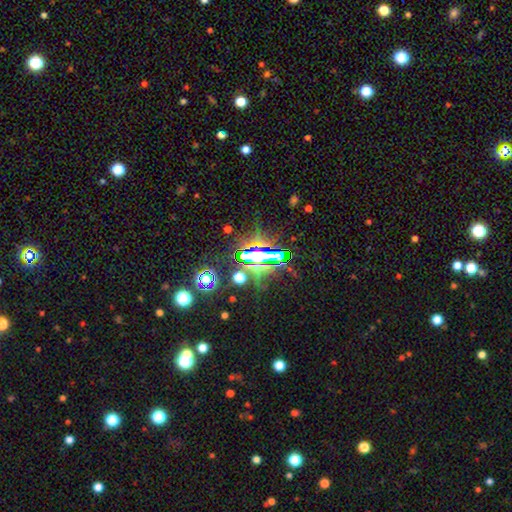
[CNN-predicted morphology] A star or artifact, not a galaxy (73%).

Vote fractions:
- Smooth or featured? star or artifact: 73% / smooth: 15% / featured or disk: 12%